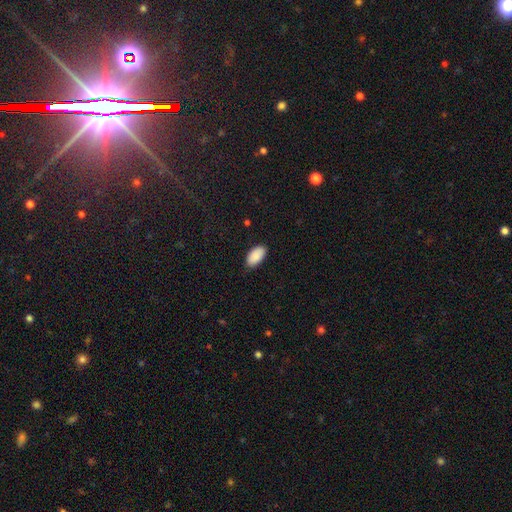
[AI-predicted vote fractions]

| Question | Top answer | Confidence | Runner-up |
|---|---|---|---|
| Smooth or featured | smooth | 89% | star or artifact (6%) |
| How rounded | in between | 96% | round (2%) |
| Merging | none | 83% | minor disturbance (14%) |